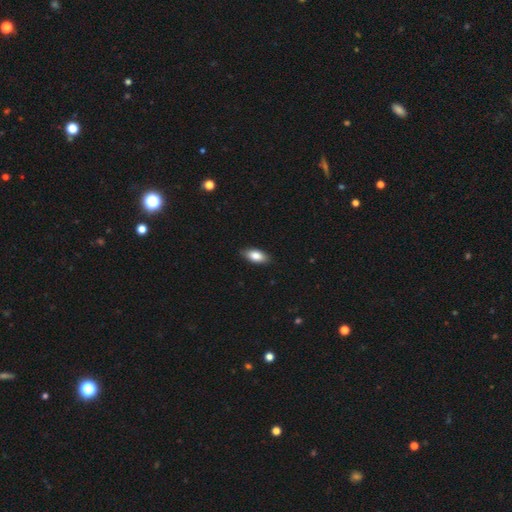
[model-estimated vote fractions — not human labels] Smooth or featured?
  - smooth: 83% *
  - featured or disk: 10%
  - star or artifact: 7%
How rounded?
  - in between: 89% *
  - cigar-shaped: 8%
  - round: 3%
Merging?
  - none: 86% *
  - minor disturbance: 11%
  - major disturbance: 2%
  - merger: 1%